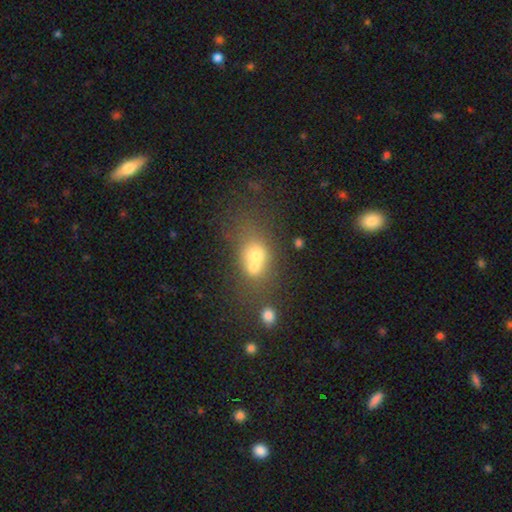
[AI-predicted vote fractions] This is likely a smooth galaxy (60%). How rounded: possibly round (51%). Merging: likely merger (61%).